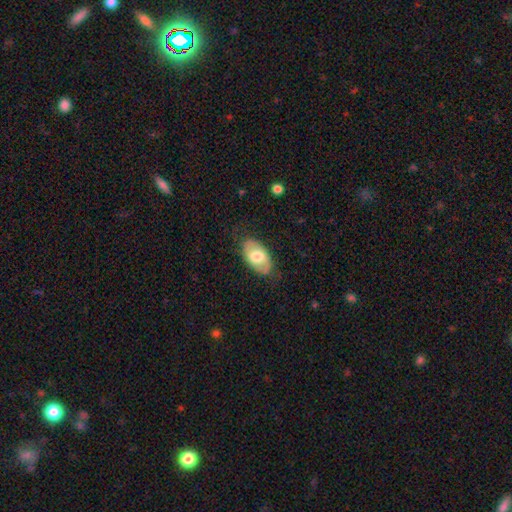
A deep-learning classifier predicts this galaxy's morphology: A smooth galaxy with no disk features (60%) that is in between round and cigar-shaped (94%).

Vote fractions:
- Smooth or featured? smooth: 60% / featured or disk: 35% / star or artifact: 6%
- How rounded? in between: 94% / round: 4% / cigar-shaped: 2%
- Merging? none: 77% / minor disturbance: 17% / major disturbance: 4% / merger: 1%